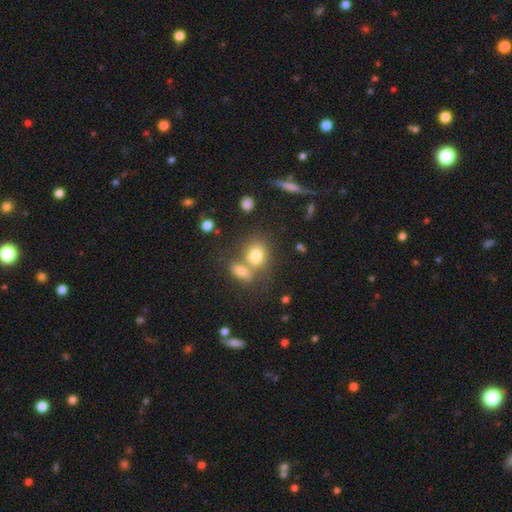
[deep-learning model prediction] A smooth galaxy with no disk features (76%) that is round (52%). Merging: merger (44%).